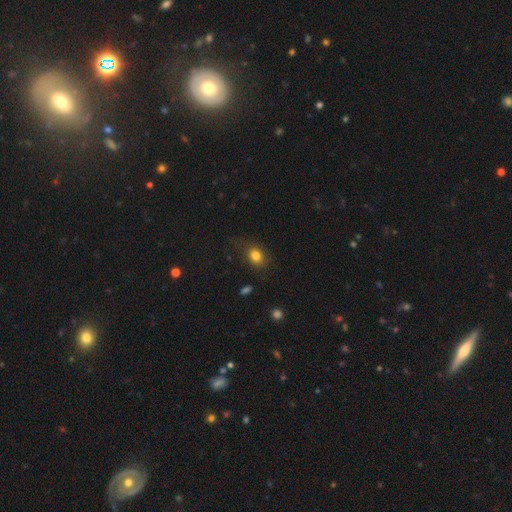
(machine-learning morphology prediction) Q: Smooth or featured?
A: smooth (81%); runner-up: star or artifact (11%)
Q: How rounded?
A: in between (56%); runner-up: round (43%)
Q: Merging?
A: none (77%); runner-up: minor disturbance (17%)